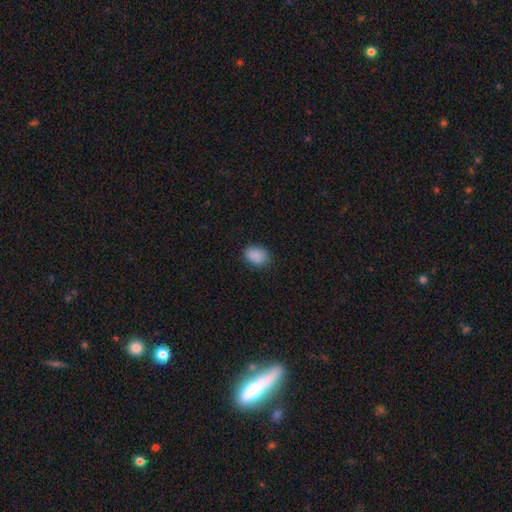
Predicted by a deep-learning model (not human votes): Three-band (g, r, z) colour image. It shows a smooth galaxy with no disk features (88%) that is in between round and cigar-shaped (73%). Merging: none (83%).